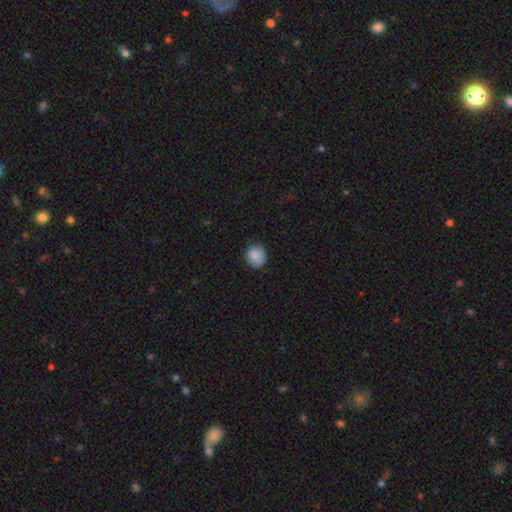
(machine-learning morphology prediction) Smooth or featured? Predicted: smooth (p=0.88). How rounded? Predicted: round (p=0.74). Merging? Predicted: none (p=0.80).